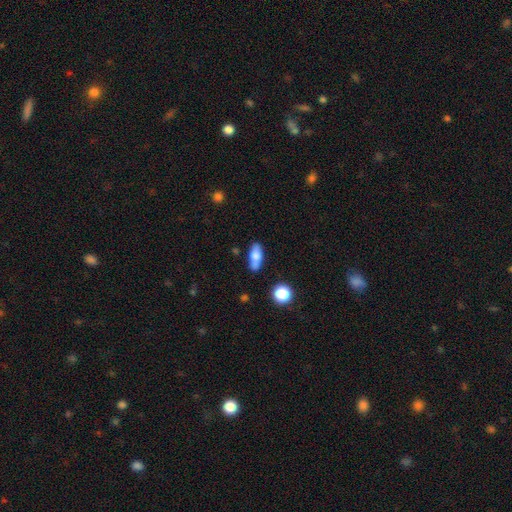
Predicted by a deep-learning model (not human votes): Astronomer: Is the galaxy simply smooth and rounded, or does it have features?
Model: smooth — 73%.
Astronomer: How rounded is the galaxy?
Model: in between — 69%.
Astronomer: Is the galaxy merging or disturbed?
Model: none — 70%.